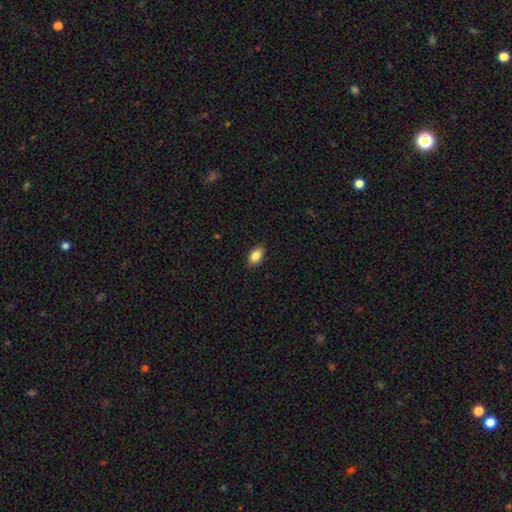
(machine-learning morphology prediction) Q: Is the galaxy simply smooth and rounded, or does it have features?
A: smooth — 85%.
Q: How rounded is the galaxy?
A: in between — 87%.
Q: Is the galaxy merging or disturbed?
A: none — 83%.